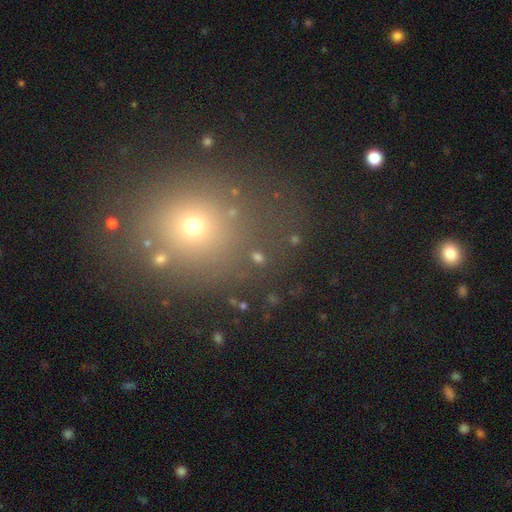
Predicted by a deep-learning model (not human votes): Smooth or featured: smooth — 57% (star or artifact — 32%)
How rounded: round — 75% (in between — 23%)
Merging: none — 76% (minor disturbance — 12%)